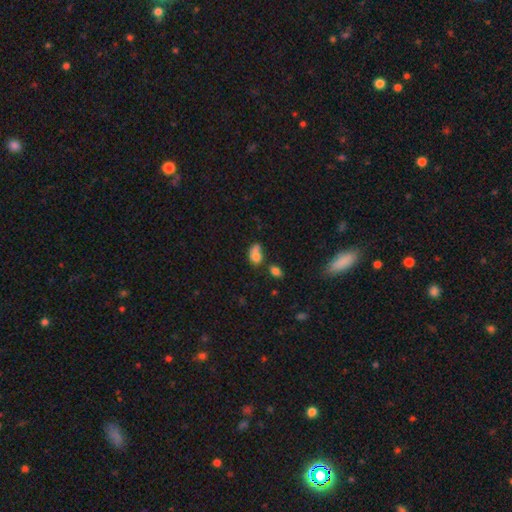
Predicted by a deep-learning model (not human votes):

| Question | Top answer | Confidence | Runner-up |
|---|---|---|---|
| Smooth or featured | smooth | 75% | featured or disk (14%) |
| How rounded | in between | 74% | round (23%) |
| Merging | merger | 41% | none (29%) |